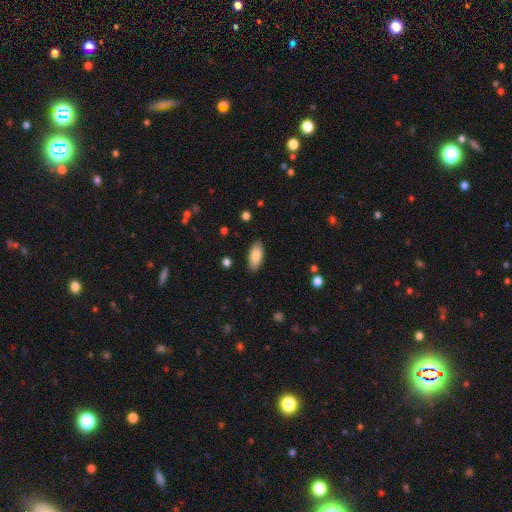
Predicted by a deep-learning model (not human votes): Morphology: type=smooth (84%); roundness=in between (89%); merging=none (88%).